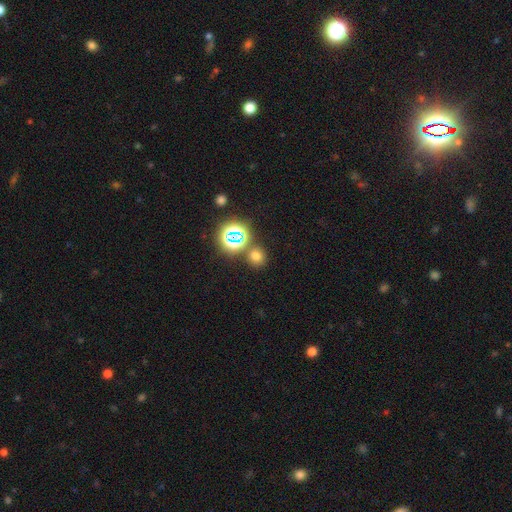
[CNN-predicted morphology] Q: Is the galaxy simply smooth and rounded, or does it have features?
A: smooth — 66%.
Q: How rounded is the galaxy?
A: round — 80%.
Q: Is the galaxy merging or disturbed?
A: none — 79%.